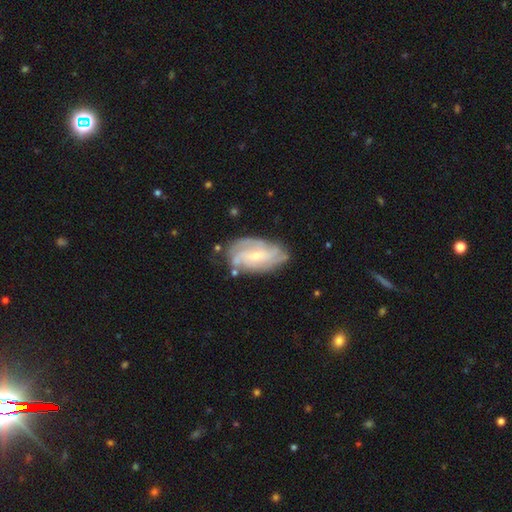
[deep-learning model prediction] This appears to be a featured or disk galaxy (79%) with no bar (46%), tight (54%) spiral arms (93%) and a small central bulge (67%). Merging: none (72%).